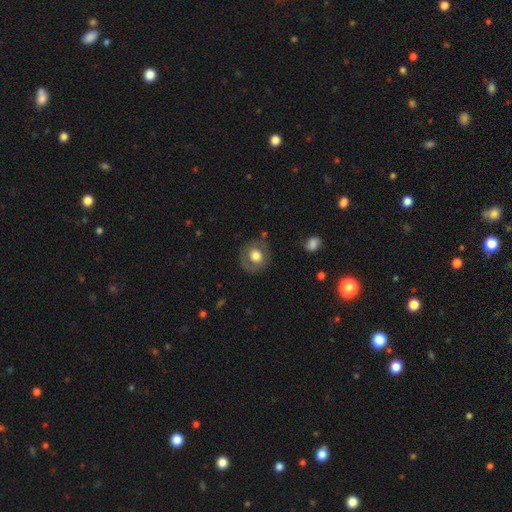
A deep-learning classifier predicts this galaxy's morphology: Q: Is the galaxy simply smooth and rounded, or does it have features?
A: smooth — 62%.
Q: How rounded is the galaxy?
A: round — 80%.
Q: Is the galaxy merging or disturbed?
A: none — 79%.